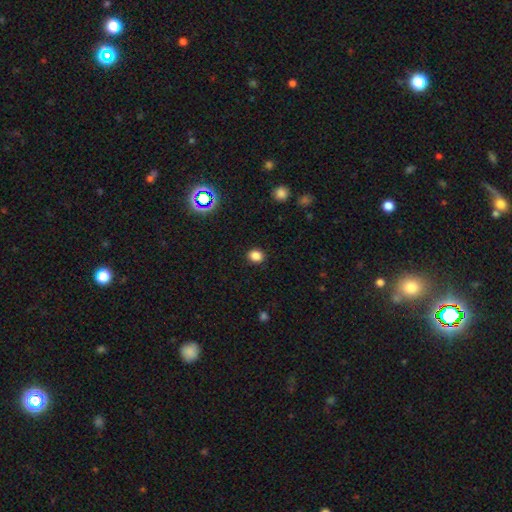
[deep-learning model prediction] This is clearly a smooth galaxy (83%). How rounded: likely round (64%). Merging: clearly none (89%).